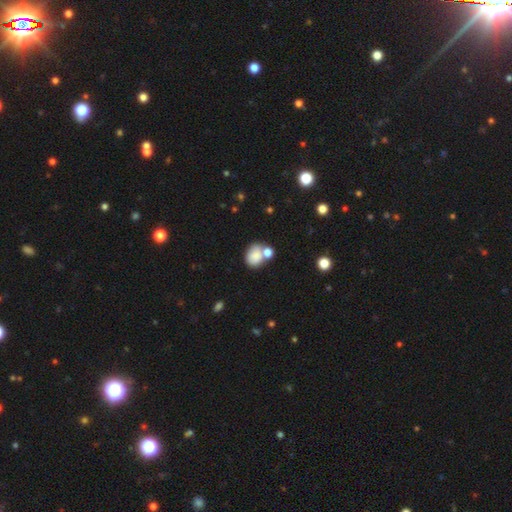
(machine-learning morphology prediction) smooth_or_featured: smooth (p=0.81) [alt: featured or disk p=0.09]
how_rounded: in between (p=0.51) [alt: round p=0.48]
merging: none (p=0.45) [alt: merger p=0.35]